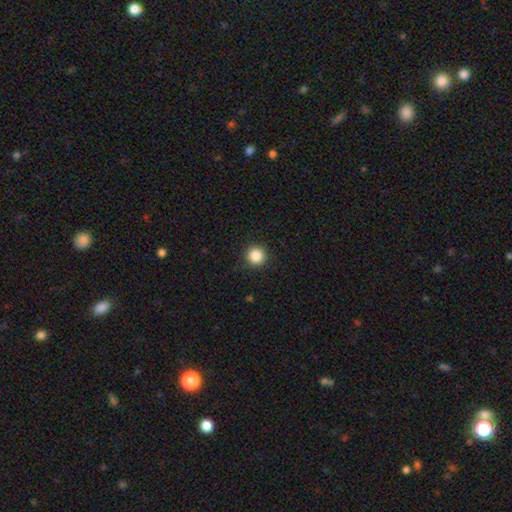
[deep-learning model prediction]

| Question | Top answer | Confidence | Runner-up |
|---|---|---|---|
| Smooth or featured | smooth | 86% | star or artifact (10%) |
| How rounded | round | 95% | in between (4%) |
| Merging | none | 92% | minor disturbance (5%) |